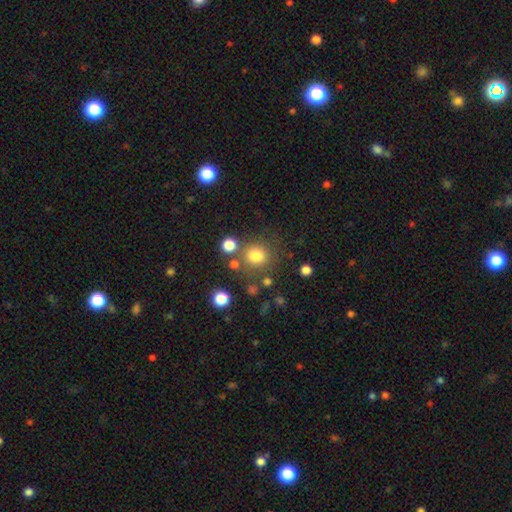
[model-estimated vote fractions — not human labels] Smooth or featured? smooth (79%)
How rounded? round (89%)
Merging? none (76%)